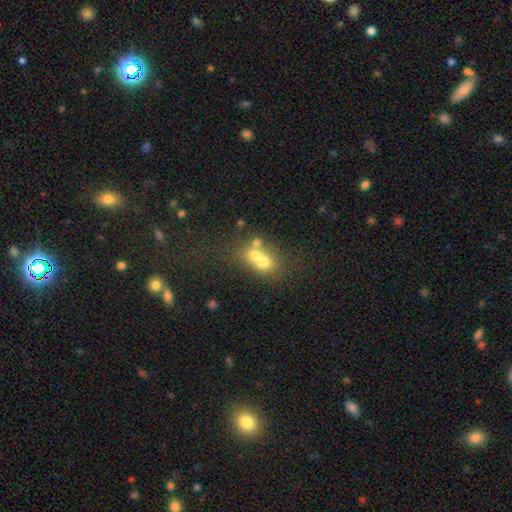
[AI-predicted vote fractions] This appears to be a smooth galaxy with no disk features (61%) that is round (66%). Merging: merger (63%).